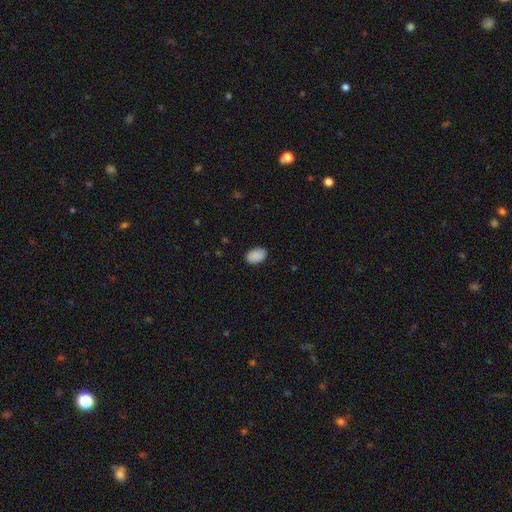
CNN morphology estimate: Smooth or featured?
  - smooth: 90% *
  - star or artifact: 7%
  - featured or disk: 3%
How rounded?
  - in between: 89% *
  - round: 9%
  - cigar-shaped: 1%
Merging?
  - none: 86% *
  - minor disturbance: 10%
  - major disturbance: 2%
  - merger: 1%